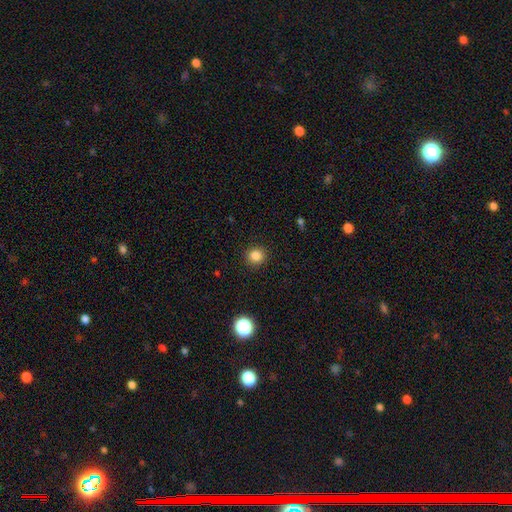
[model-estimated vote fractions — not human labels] This is clearly a smooth galaxy (84%). How rounded: clearly round (92%). Merging: clearly none (92%).